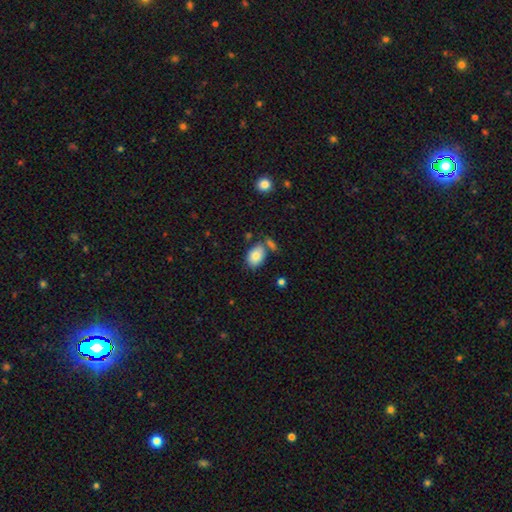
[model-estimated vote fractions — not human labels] Smooth or featured: smooth — 82% (featured or disk — 10%)
How rounded: in between — 85% (round — 13%)
Merging: none — 62% (merger — 17%)